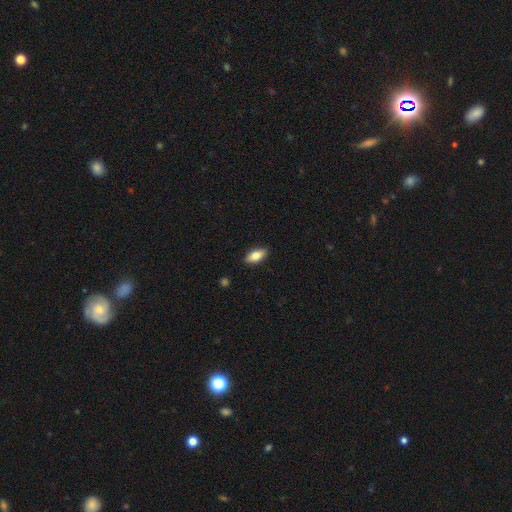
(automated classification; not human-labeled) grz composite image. It shows a smooth galaxy with no disk features (79%) that is in between round and cigar-shaped (85%). Merging: none (89%).